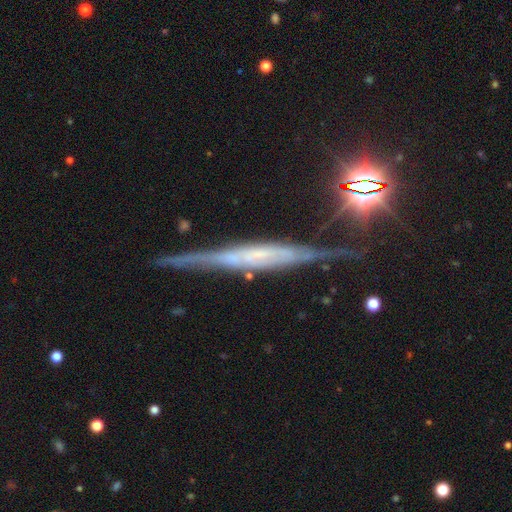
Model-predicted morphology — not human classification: The model was most divided on "edge-on bulge": none: 42%, boxy: 37%, rounded: 21%. More confident: edge-on disk — yes (94%); merging — none (75%); smooth or featured — featured or disk (72%).